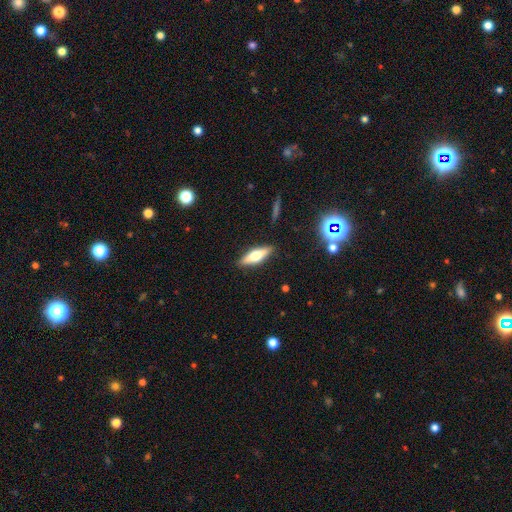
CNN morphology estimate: This is possibly a smooth galaxy (47%). Merging: clearly none (88%).